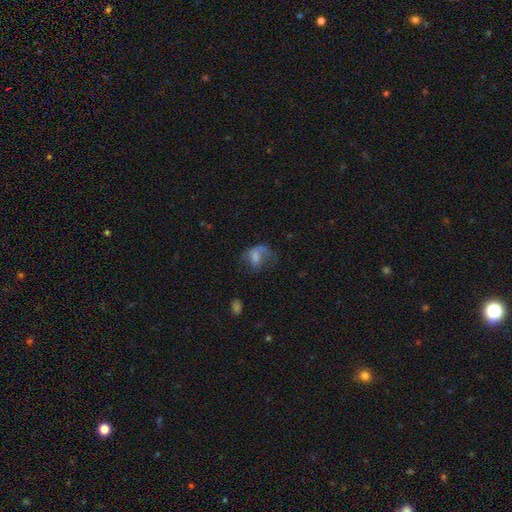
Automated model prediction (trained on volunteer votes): smooth 56%, featured or disk 31%, star or artifact 13%. Down the decision tree: how rounded — in between (75%); merging — major disturbance (48%).